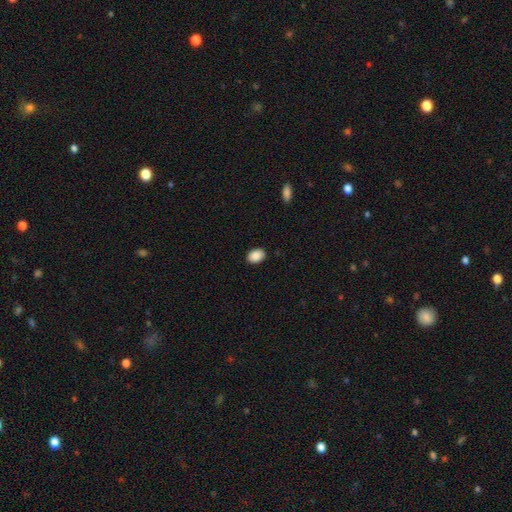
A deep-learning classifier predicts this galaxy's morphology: smooth 90%, star or artifact 7%, featured or disk 3%. Down the decision tree: how rounded — in between (79%); merging — none (89%).